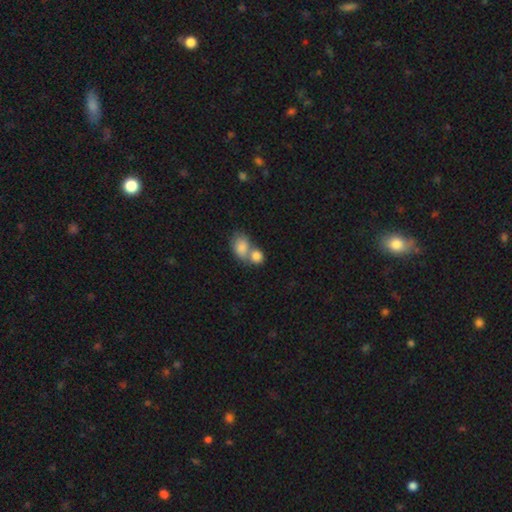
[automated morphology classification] This appears to be a smooth galaxy with no disk features (83%) that is in between round and cigar-shaped (55%). Merging: merger (67%).